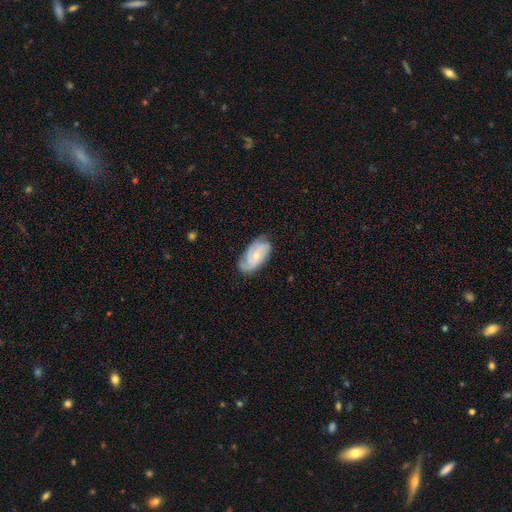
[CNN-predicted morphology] featured or disk 70%, smooth 24%, star or artifact 6%. Down the decision tree: edge-on disk — no (95%); bar — no (66%); spiral arms — yes (92%); spiral arm count — 2 (33%); spiral winding — tight (56%); bulge size — small (57%); merging — none (69%).